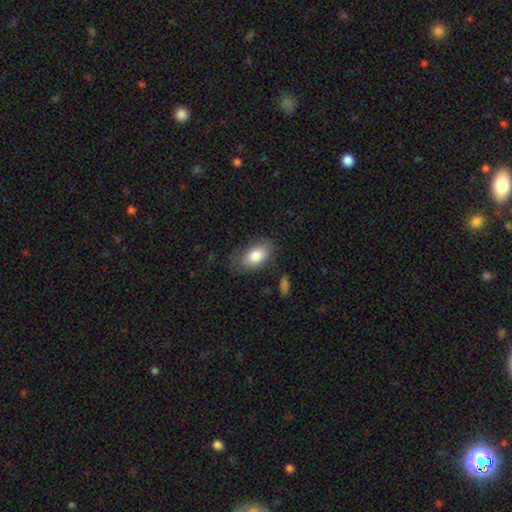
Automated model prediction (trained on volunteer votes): Smooth or featured? Predicted: smooth (p=0.82). How rounded? Predicted: in between (p=0.91). Merging? Predicted: none (p=0.71).